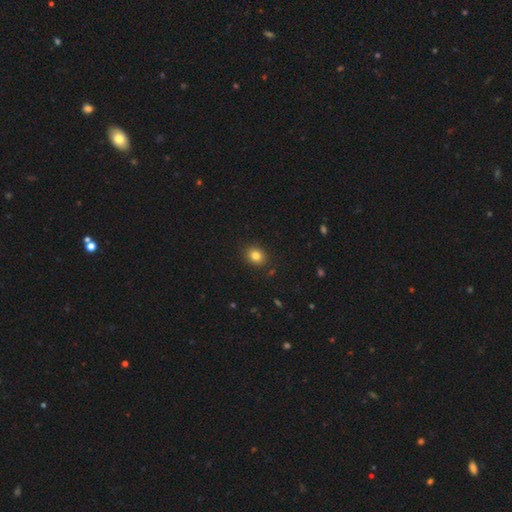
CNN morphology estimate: smooth_or_featured: smooth (p=0.82) [alt: star or artifact p=0.11]
how_rounded: round (p=0.58) [alt: in between p=0.41]
merging: none (p=0.88) [alt: minor disturbance p=0.08]